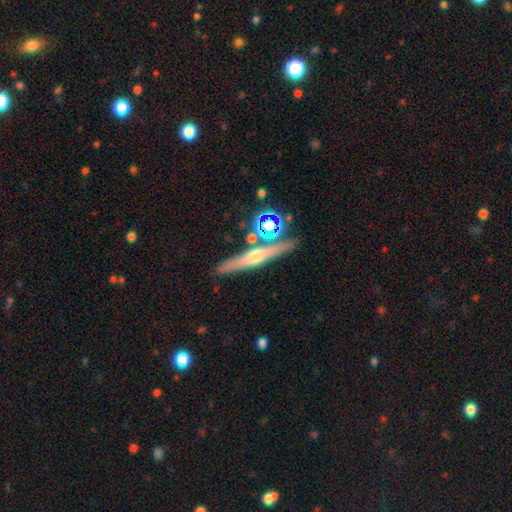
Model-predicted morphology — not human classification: A featured or disk galaxy (59%) viewed edge-on (94%) with a rounded central bulge (87%).

Vote fractions:
- Smooth or featured? featured or disk: 59% / smooth: 26% / star or artifact: 15%
- Edge-on disk? yes: 94% / no: 6%
- Edge-on bulge? rounded: 87% / none: 7% / boxy: 6%
- Merging? none: 79% / merger: 9% / minor disturbance: 9% / major disturbance: 3%